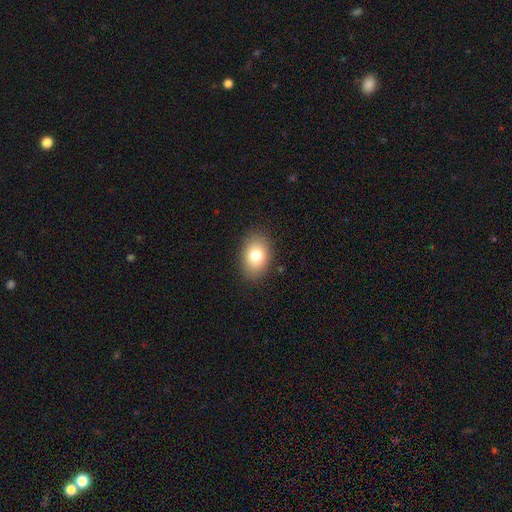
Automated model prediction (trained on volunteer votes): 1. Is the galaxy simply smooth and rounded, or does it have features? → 80% smooth, 11% featured or disk, 9% star or artifact.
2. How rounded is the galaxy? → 80% in between, 19% round, 1% cigar-shaped.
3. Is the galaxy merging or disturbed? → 87% none, 9% minor disturbance, 3% major disturbance, 1% merger.